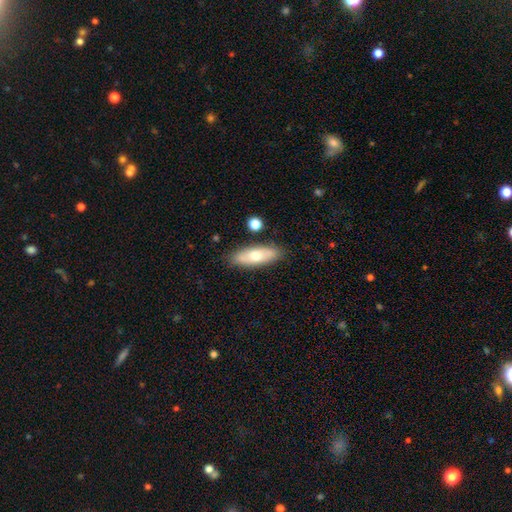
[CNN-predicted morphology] smooth_or_featured: smooth (p=0.66) [alt: featured or disk p=0.28]
how_rounded: in between (p=0.63) [alt: cigar-shaped p=0.34]
merging: none (p=0.83) [alt: minor disturbance p=0.11]